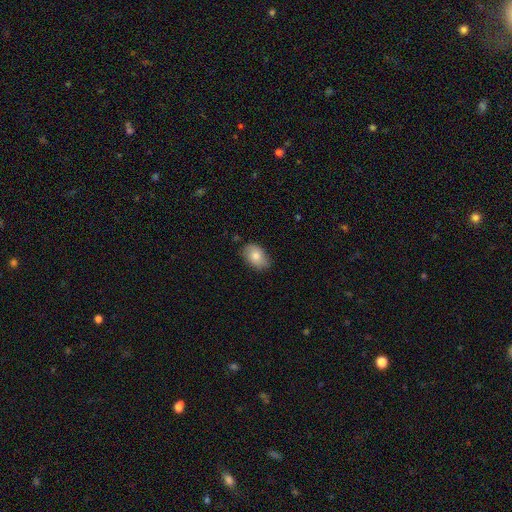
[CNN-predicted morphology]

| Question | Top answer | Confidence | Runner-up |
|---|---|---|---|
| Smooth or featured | smooth | 79% | featured or disk (14%) |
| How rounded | in between | 86% | round (13%) |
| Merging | none | 79% | minor disturbance (17%) |